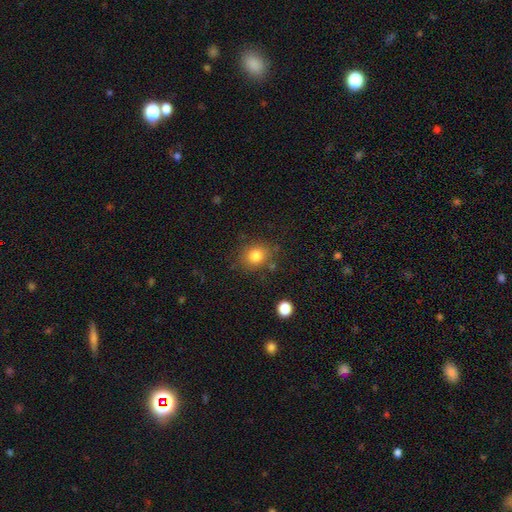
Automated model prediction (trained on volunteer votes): smooth_or_featured: smooth (p=0.82) [alt: star or artifact p=0.11]
how_rounded: round (p=0.71) [alt: in between p=0.28]
merging: none (p=0.78) [alt: minor disturbance p=0.13]